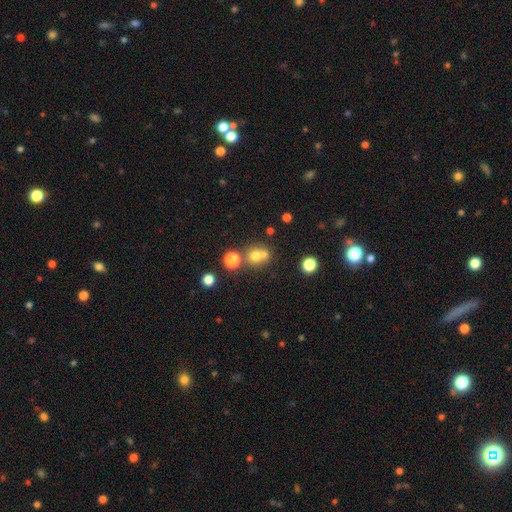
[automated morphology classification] Q: Smooth or featured?
A: smooth (69%); runner-up: star or artifact (17%)
Q: How rounded?
A: round (83%); runner-up: in between (16%)
Q: Merging?
A: none (46%); runner-up: merger (43%)